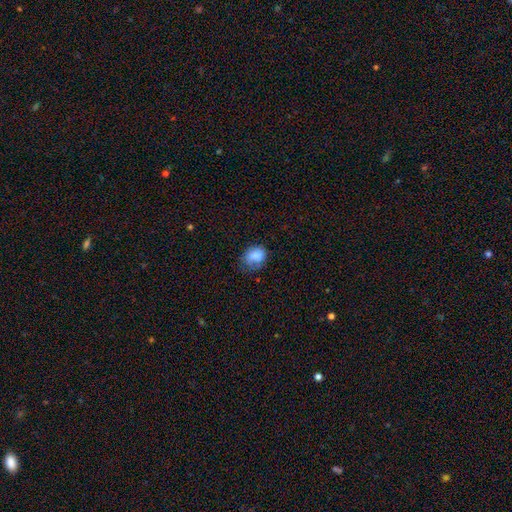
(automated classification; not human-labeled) smooth-or-featured: smooth: 73% | featured or disk: 18% | star or artifact: 9%
  how-rounded: in between: 53% | round: 46% | cigar-shaped: 1%
  merging: none: 53% | minor disturbance: 30% | major disturbance: 14% | merger: 2%